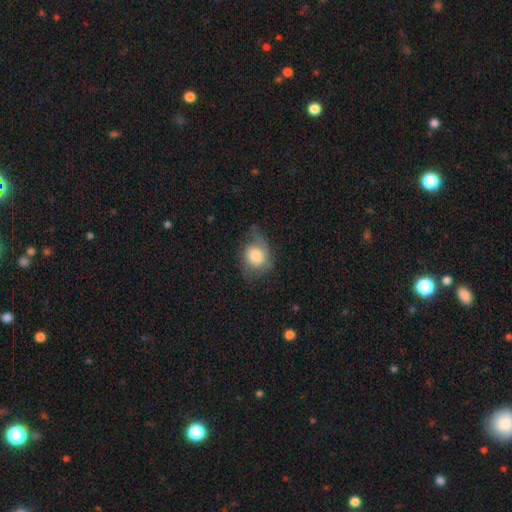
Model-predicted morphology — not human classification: type=smooth (65%); roundness=in between (60%); merging=none (46%).